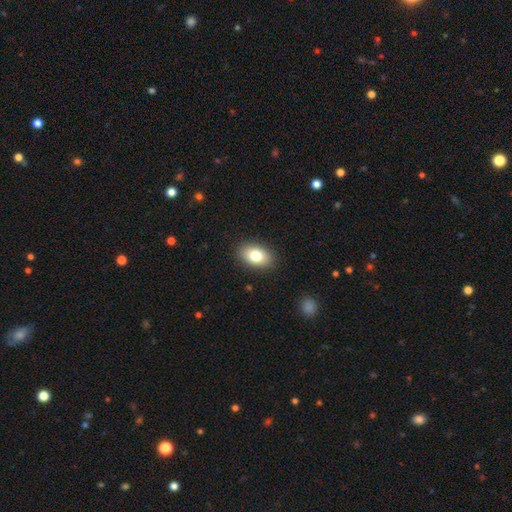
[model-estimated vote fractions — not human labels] This is likely a smooth galaxy (79%). How rounded: clearly in between (86%). Merging: clearly none (88%).